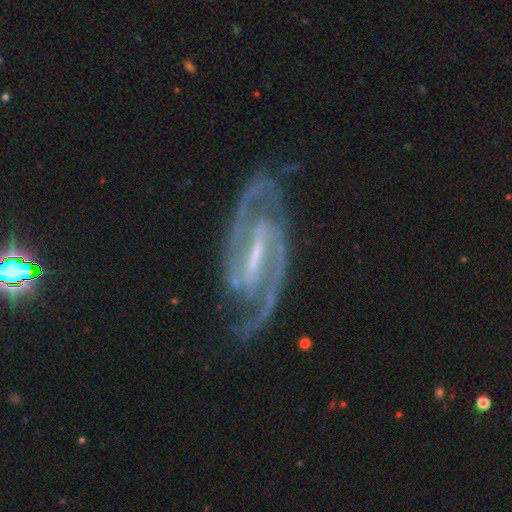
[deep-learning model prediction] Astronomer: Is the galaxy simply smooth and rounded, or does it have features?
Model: featured or disk — 93%.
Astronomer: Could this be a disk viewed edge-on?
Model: no — 97%.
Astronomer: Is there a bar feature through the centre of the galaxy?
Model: strong — 71%.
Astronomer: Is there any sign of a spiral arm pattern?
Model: yes — 99%.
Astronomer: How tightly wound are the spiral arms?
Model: medium — 55% (runner-up: tight, 37%).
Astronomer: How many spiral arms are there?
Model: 2 — 93%.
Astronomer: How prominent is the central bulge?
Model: small — 55%.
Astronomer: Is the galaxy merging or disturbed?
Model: none — 80%.